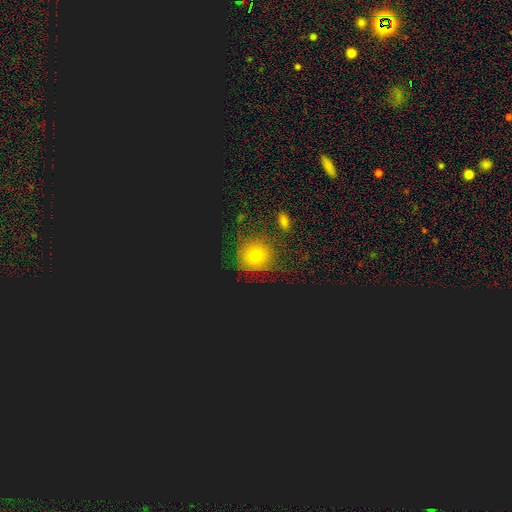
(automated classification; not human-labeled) Smooth or featured? smooth (59%)
How rounded? round (87%)
Merging? none (75%)